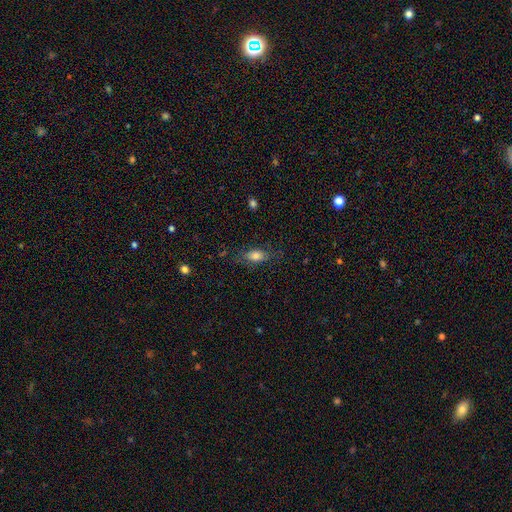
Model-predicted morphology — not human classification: Smooth or featured: smooth — 72% (featured or disk — 18%)
How rounded: in between — 81% (cigar-shaped — 12%)
Merging: none — 71% (minor disturbance — 19%)